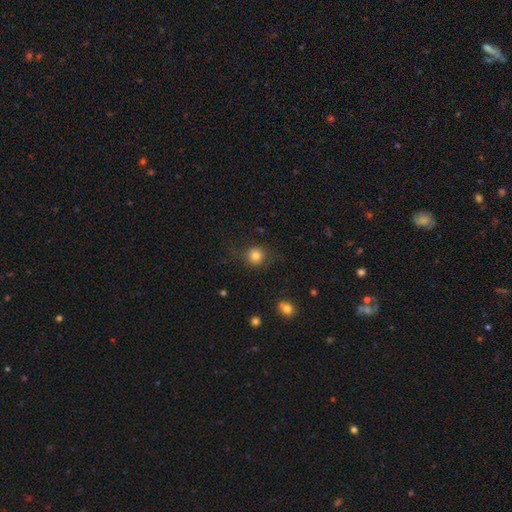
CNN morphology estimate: Smooth or featured? smooth (81%)
How rounded? round (90%)
Merging? none (80%)